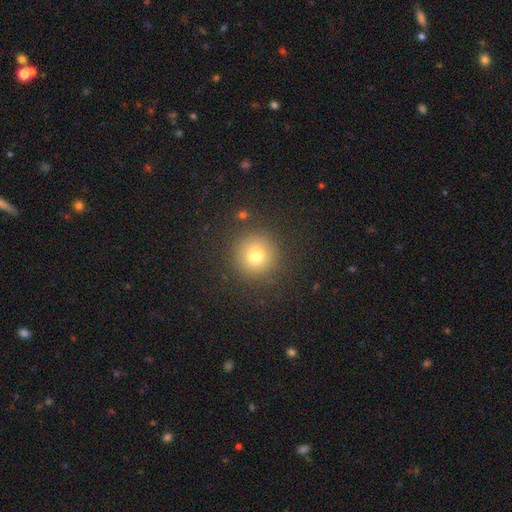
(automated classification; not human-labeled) A smooth galaxy with no disk features (75%) that is round (94%).

Vote fractions:
- Smooth or featured? smooth: 75% / star or artifact: 15% / featured or disk: 10%
- How rounded? round: 94% / in between: 5% / cigar-shaped: 1%
- Merging? none: 88% / minor disturbance: 7% / major disturbance: 3% / merger: 2%